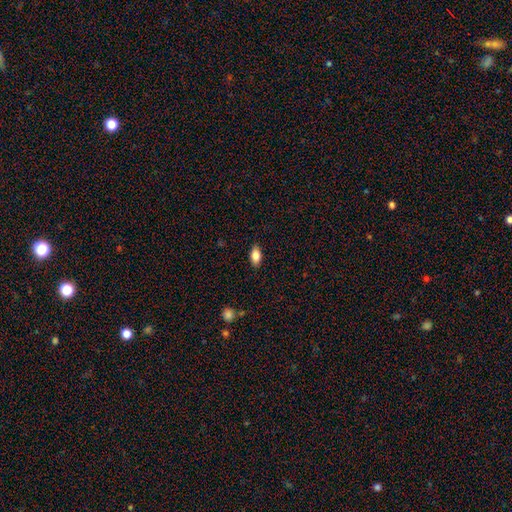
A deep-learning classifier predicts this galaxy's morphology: Overall: smooth (82%). How rounded: in between (89%). Merging: none (88%).